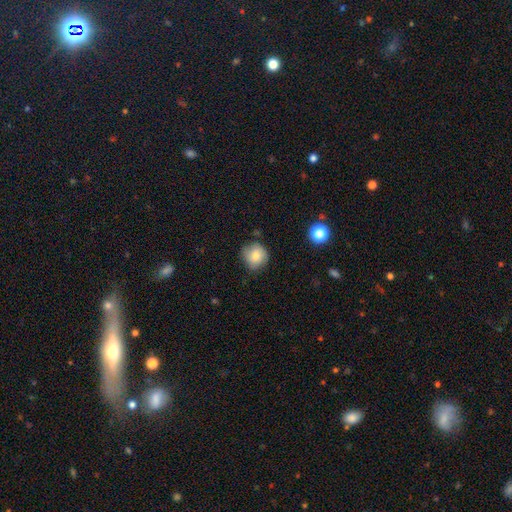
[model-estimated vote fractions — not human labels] Q: Smooth or featured?
A: smooth (72%); runner-up: featured or disk (19%)
Q: How rounded?
A: round (87%); runner-up: in between (12%)
Q: Merging?
A: none (68%); runner-up: minor disturbance (25%)